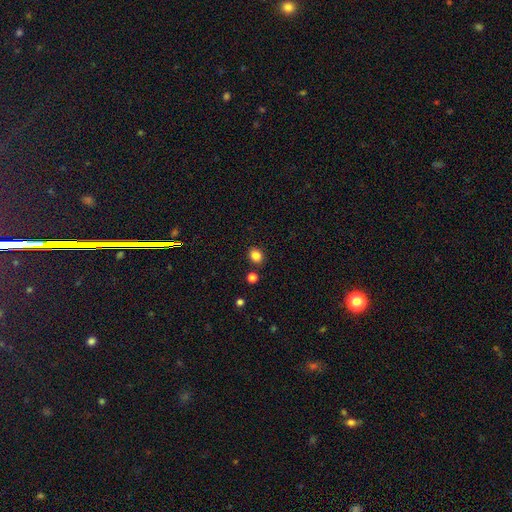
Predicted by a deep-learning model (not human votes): Smooth or featured: smooth — 85% (star or artifact — 11%)
How rounded: round — 57% (in between — 42%)
Merging: none — 84% (minor disturbance — 9%)